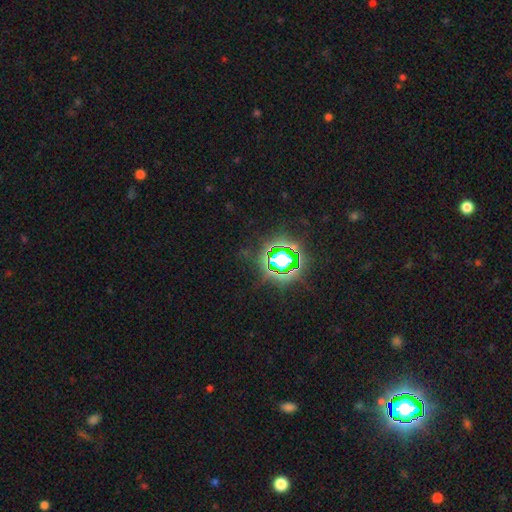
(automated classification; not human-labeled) Morphology: type=star or artifact (82%).